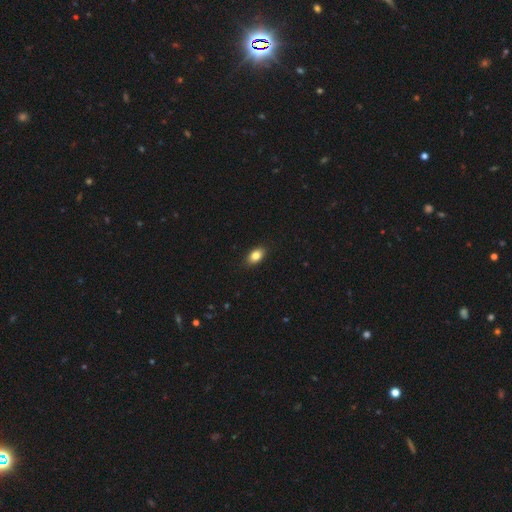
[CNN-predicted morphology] A smooth galaxy with no disk features (83%) that is in between round and cigar-shaped (86%). Merging: none (88%).